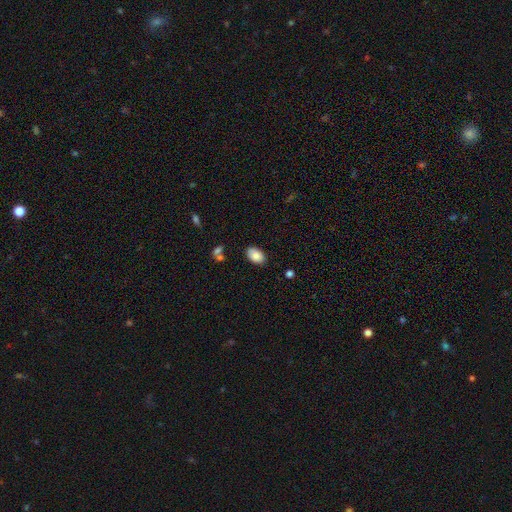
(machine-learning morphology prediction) smooth 84%, featured or disk 9%, star or artifact 7%. Down the decision tree: how rounded — in between (91%); merging — none (82%).